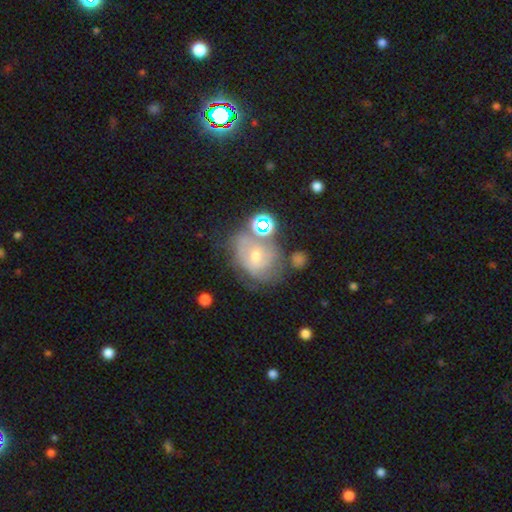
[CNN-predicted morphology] The model was most divided on "bulge size": small: 52%, moderate: 42%, large: 2%, none: 2%, dominant: 1%. Remaining: edge-on disk — no (96%); spiral arms — yes (66%); bar — no (64%); smooth or featured — featured or disk (55%); merging — none (44%).